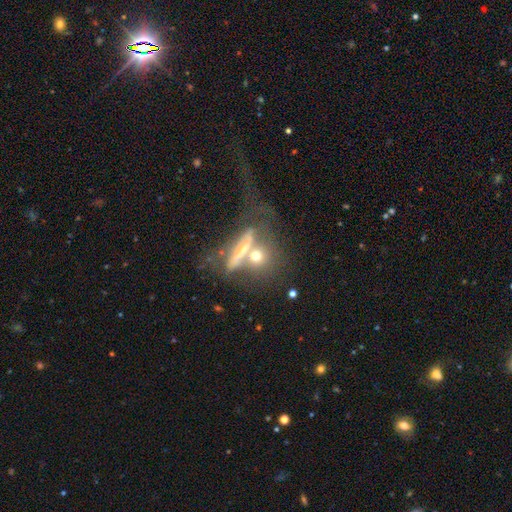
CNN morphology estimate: Q: Smooth or featured?
A: featured or disk (54%); runner-up: smooth (32%)
Q: Edge-on disk?
A: yes (50%); tied with: no (50%)
Q: Merging?
A: merger (51%); runner-up: none (21%)